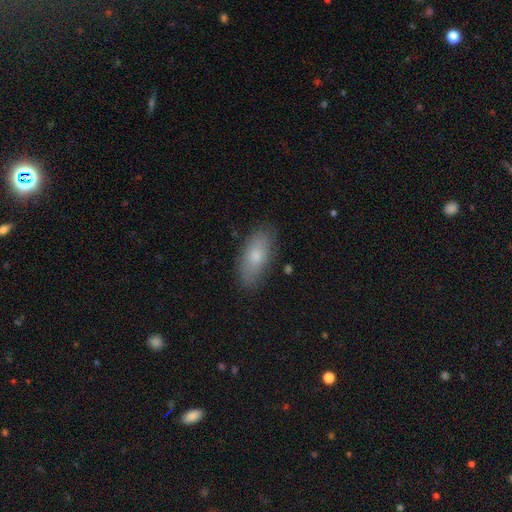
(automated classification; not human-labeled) smooth 75%, featured or disk 18%, star or artifact 7%. Down the decision tree: how rounded — in between (87%); merging — none (82%).